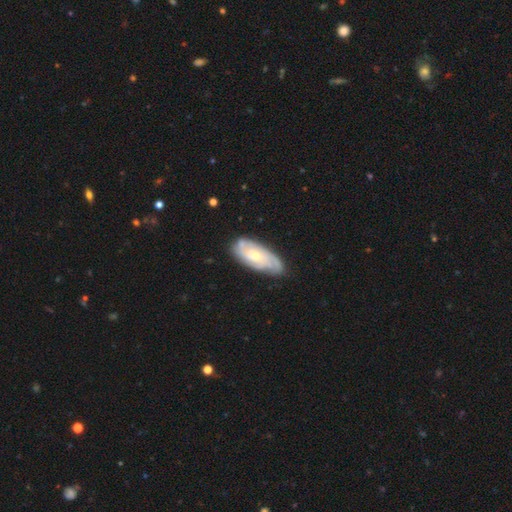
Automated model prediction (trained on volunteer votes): Q: Smooth or featured?
A: featured or disk (69%); runner-up: smooth (25%)
Q: Edge-on disk?
A: no (91%); runner-up: yes (9%)
Q: Bar?
A: no (76%); runner-up: weak (21%)
Q: Spiral arms?
A: yes (87%); runner-up: no (13%)
Q: Spiral winding?
A: tight (61%); runner-up: medium (30%)
Q: Spiral arm count?
A: can't tell (46%); runner-up: 2 (19%)
Q: Bulge size?
A: small (51%); runner-up: moderate (46%)
Q: Merging?
A: none (74%); runner-up: minor disturbance (20%)